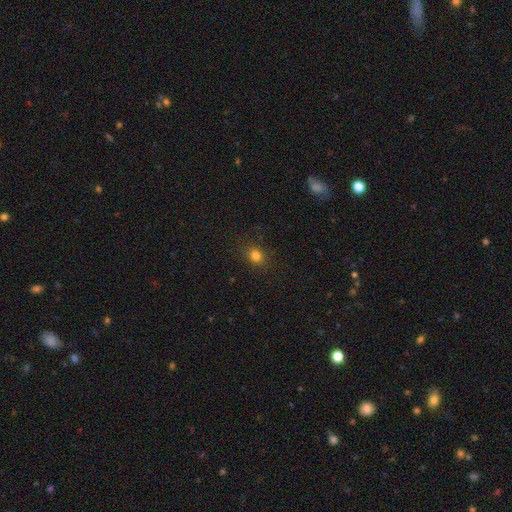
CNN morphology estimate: Q: Smooth or featured?
A: smooth (80%); runner-up: star or artifact (15%)
Q: How rounded?
A: round (65%); runner-up: in between (33%)
Q: Merging?
A: none (87%); runner-up: minor disturbance (9%)